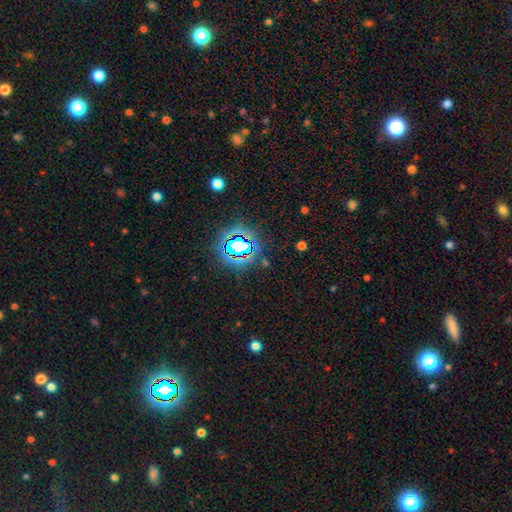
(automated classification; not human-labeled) Morphology: type=star or artifact (79%).